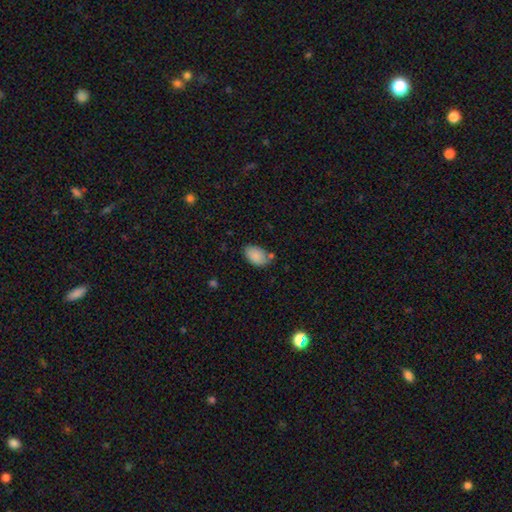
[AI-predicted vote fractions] Overall: smooth (87%). How rounded: in between (90%). Merging: none (67%).